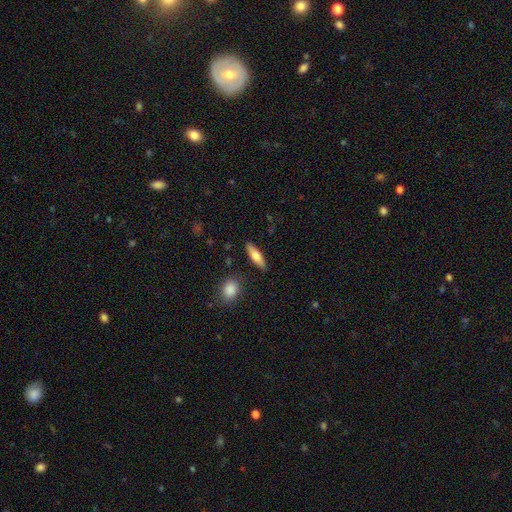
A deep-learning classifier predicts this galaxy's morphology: Smooth or featured? smooth (63%)
How rounded? cigar-shaped (53%)
Merging? none (87%)